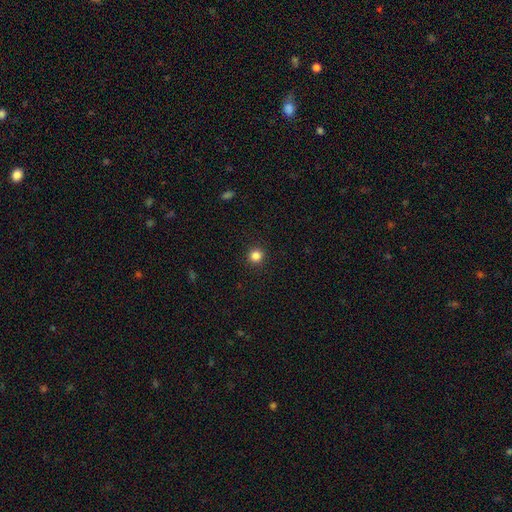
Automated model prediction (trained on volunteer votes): The model was most divided on "smooth or featured": smooth: 84%, star or artifact: 12%, featured or disk: 4%. More confident: how rounded — round (95%); merging — none (93%).